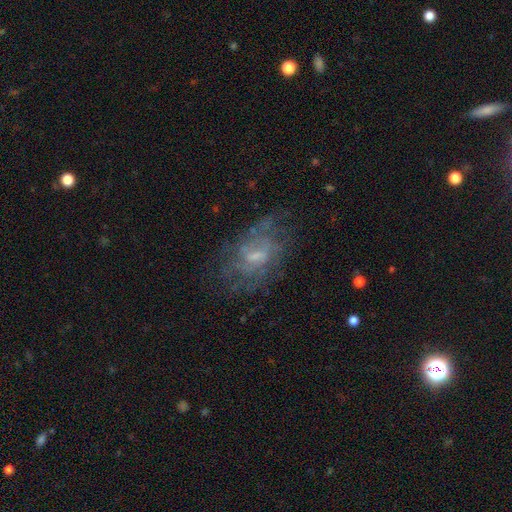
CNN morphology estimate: This is likely a featured or disk galaxy (68%). It is clearly not viewed edge-on (95%). Bar: possibly weak (52%). Spiral arm pattern: likely yes (67%). Central bulge: possibly small (48%). Merging: likely none (62%).